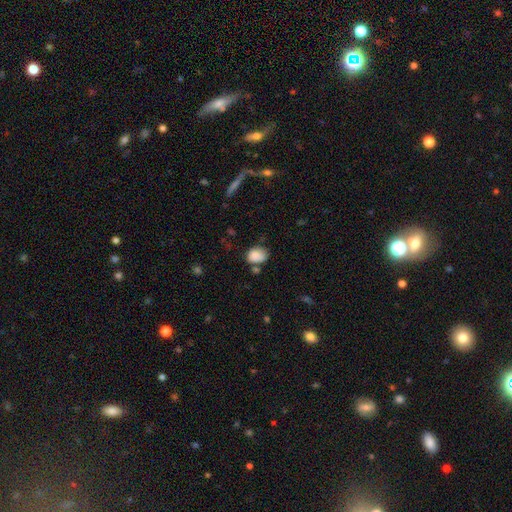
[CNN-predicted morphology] smooth_or_featured: smooth (p=0.85) [alt: star or artifact p=0.09]
how_rounded: in between (p=0.62) [alt: round p=0.37]
merging: none (p=0.59) [alt: minor disturbance p=0.24]